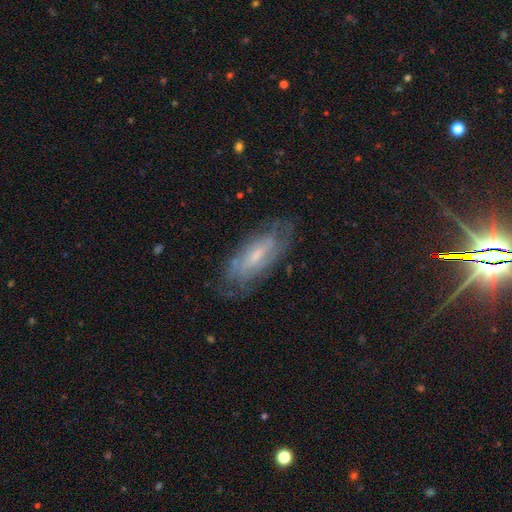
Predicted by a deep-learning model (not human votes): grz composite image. It shows a featured or disk galaxy (65%) with a weak bar (45%), spiral arms (80%) and a small central bulge (53%). Merging: none (73%).